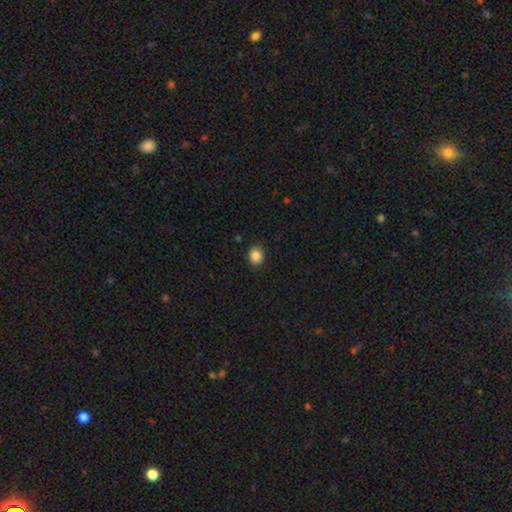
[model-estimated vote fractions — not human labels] This is clearly a smooth galaxy (87%). How rounded: likely round (74%). Merging: clearly none (89%).